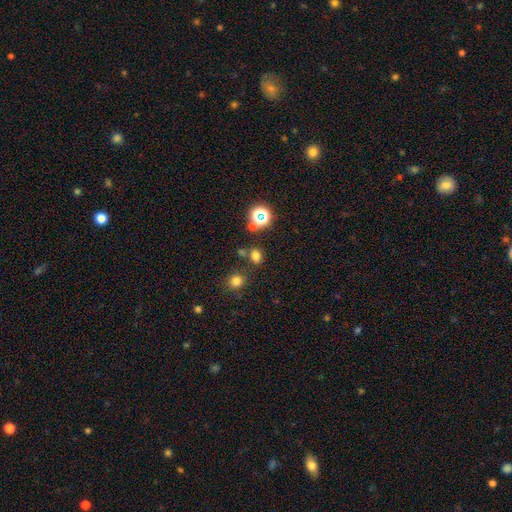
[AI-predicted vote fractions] This is likely a smooth galaxy (71%). How rounded: possibly round (60%). Merging: likely none (72%).